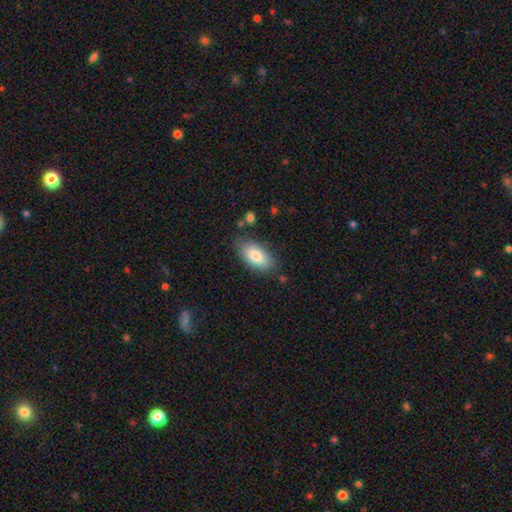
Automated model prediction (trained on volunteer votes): The model was most divided on "merging": none: 78%, minor disturbance: 16%, major disturbance: 4%, merger: 3%. More confident: how rounded — in between (92%); smooth or featured — smooth (80%).